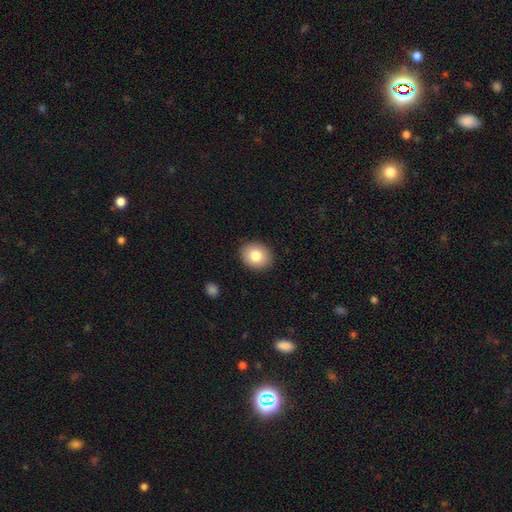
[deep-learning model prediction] This is clearly a smooth galaxy (81%). How rounded: possibly round (55%). Merging: clearly none (89%).